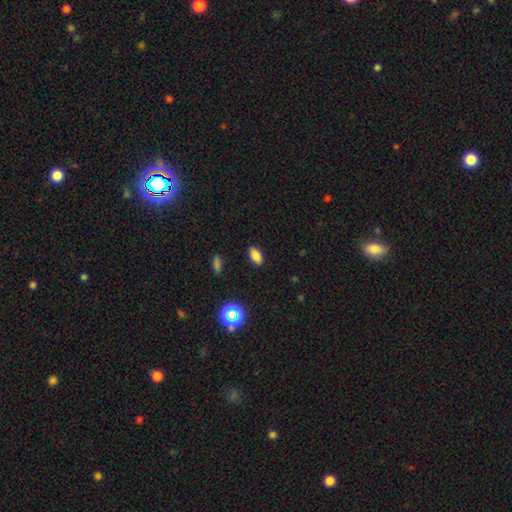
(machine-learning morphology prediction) This is likely a smooth galaxy (80%). How rounded: clearly in between (89%). Merging: clearly none (88%).